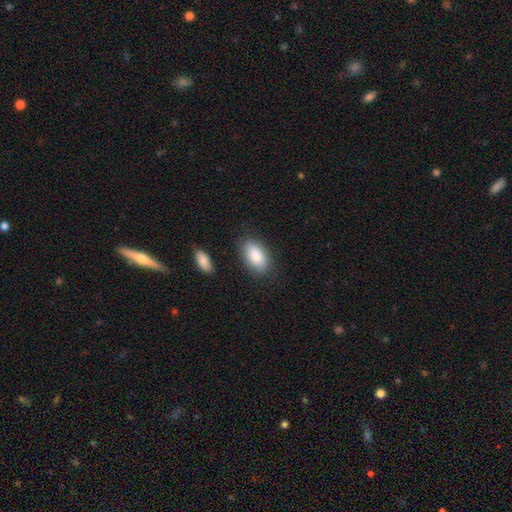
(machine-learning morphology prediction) type=smooth (85%); roundness=in between (92%); merging=none (80%).